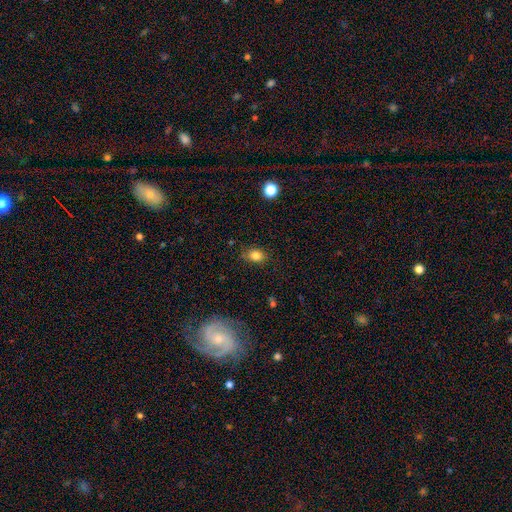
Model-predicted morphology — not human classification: Smooth or featured?
  - smooth: 84% *
  - star or artifact: 10%
  - featured or disk: 6%
How rounded?
  - in between: 66% *
  - round: 32%
  - cigar-shaped: 1%
Merging?
  - none: 80% *
  - minor disturbance: 15%
  - major disturbance: 3%
  - merger: 1%